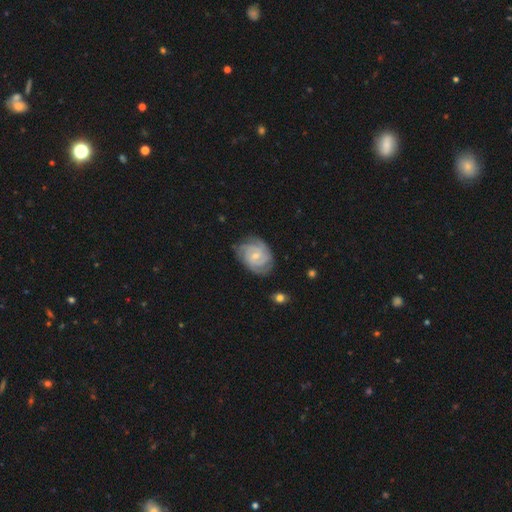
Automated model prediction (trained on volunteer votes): Smooth or featured? featured or disk (82%)
Edge-on disk? no (98%)
Bar? no (59%)
Spiral arms? yes (96%)
Spiral winding? tight (66%)
Spiral arm count? 3 (32%)
Bulge size? small (64%)
Merging? none (74%)